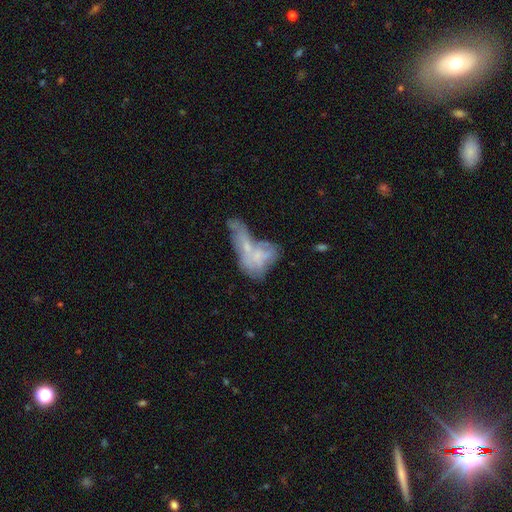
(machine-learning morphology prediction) Smooth or featured? smooth (48%)
Merging? merger (59%)